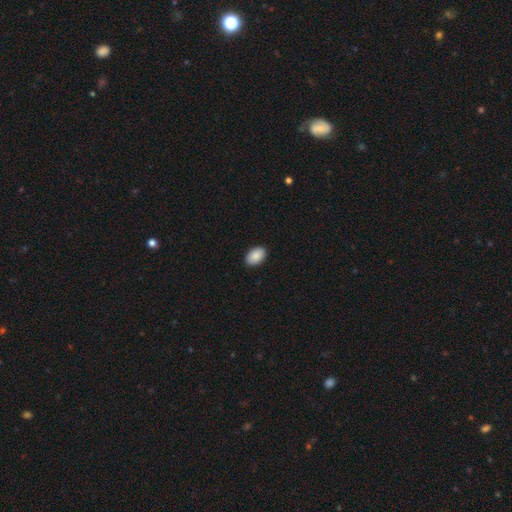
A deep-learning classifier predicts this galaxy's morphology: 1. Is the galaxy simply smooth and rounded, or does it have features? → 90% smooth, 6% star or artifact, 4% featured or disk.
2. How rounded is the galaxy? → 91% in between, 8% round, 1% cigar-shaped.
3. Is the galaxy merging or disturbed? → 90% none, 8% minor disturbance, 2% major disturbance, 1% merger.